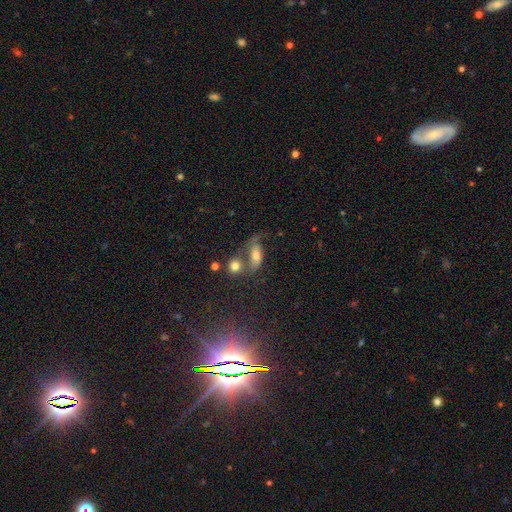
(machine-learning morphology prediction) This appears to be a smooth galaxy with no disk features (43%). Merging: merger (36%).